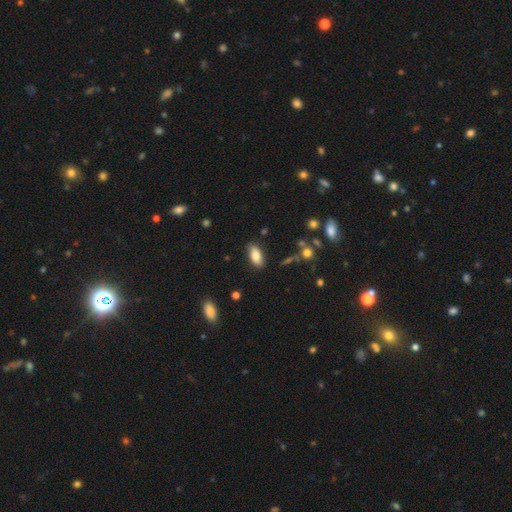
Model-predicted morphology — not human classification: Overall: smooth (77%). How rounded: in between (88%). Merging: none (84%).